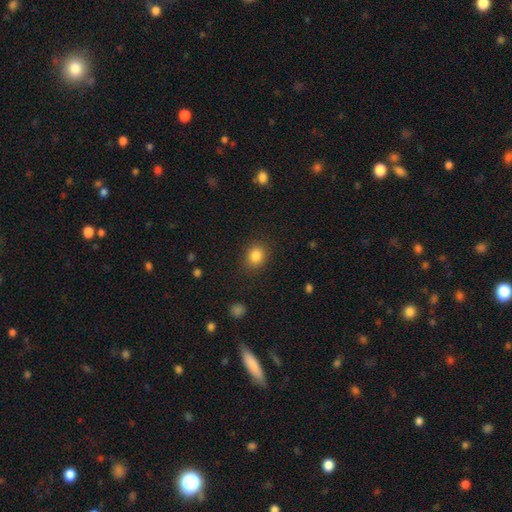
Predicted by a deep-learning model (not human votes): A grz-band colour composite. It shows a smooth galaxy with no disk features (85%) that is round (62%). Merging: none (86%).